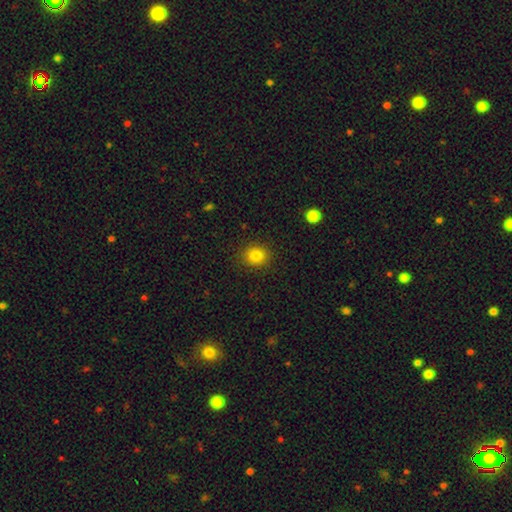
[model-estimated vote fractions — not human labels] Overall: smooth (83%). How rounded: round (76%). Merging: none (90%).